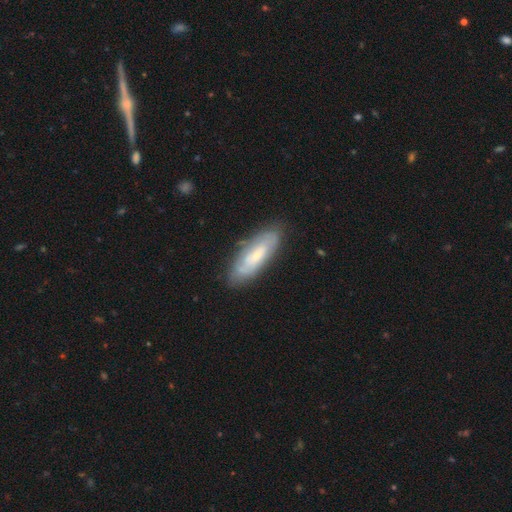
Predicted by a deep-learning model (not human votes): Q: Smooth or featured?
A: featured or disk (52%); runner-up: smooth (42%)
Q: Edge-on disk?
A: no (76%); runner-up: yes (24%)
Q: Merging?
A: none (80%); runner-up: minor disturbance (15%)